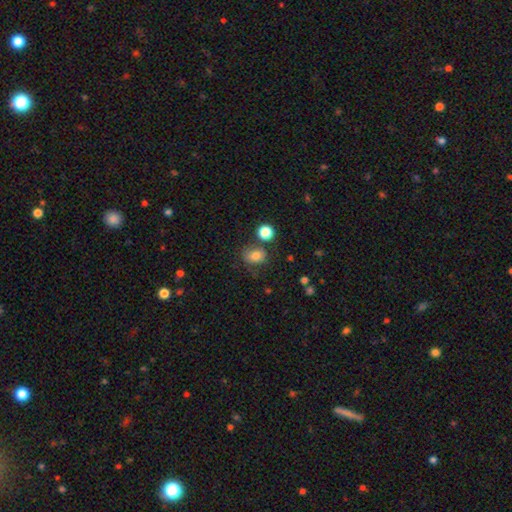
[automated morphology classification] A smooth galaxy with no disk features (78%) that is in between round and cigar-shaped (52%).

Vote fractions:
- Smooth or featured? smooth: 78% / star or artifact: 12% / featured or disk: 10%
- How rounded? in between: 52% / round: 47% / cigar-shaped: 1%
- Merging? none: 64% / minor disturbance: 19% / merger: 11% / major disturbance: 7%